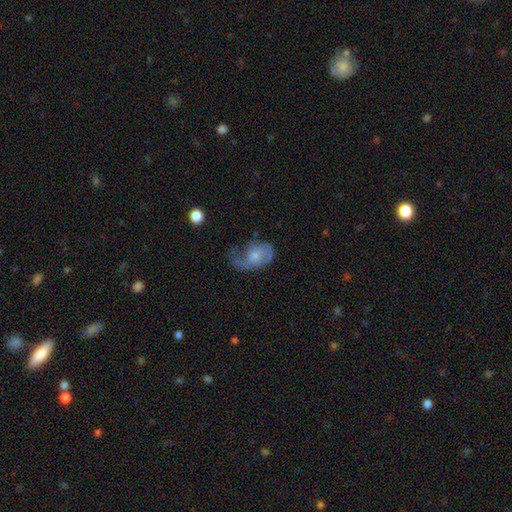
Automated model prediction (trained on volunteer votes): This is possibly a featured or disk galaxy (55%). It is clearly not viewed edge-on (96%). Bar: likely no (73%). Spiral arm pattern: likely yes (75%). Central bulge: marginally small (43%, tied with moderate). Merging: marginally major disturbance (34%).